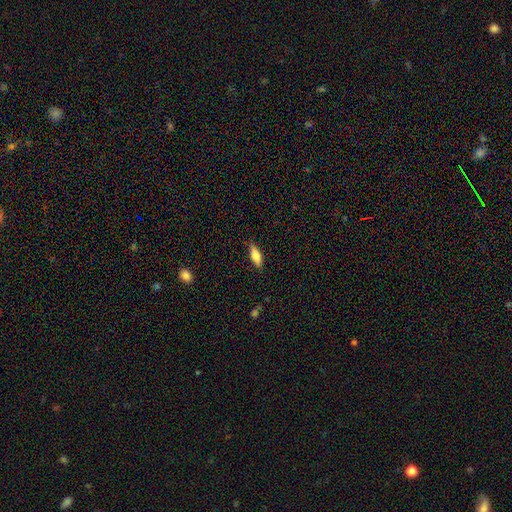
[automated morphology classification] Smooth or featured?
  - smooth: 70% *
  - featured or disk: 23%
  - star or artifact: 7%
How rounded?
  - in between: 61% *
  - cigar-shaped: 37%
  - round: 2%
Merging?
  - none: 85% *
  - minor disturbance: 12%
  - major disturbance: 2%
  - merger: 1%